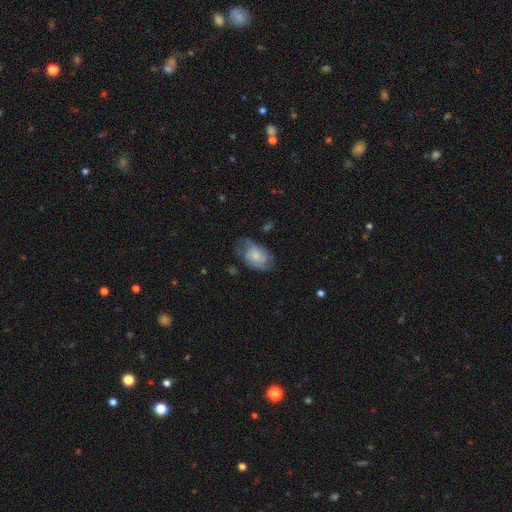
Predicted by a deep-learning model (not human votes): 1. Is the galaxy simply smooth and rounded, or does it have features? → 48% featured or disk, 45% smooth, 7% star or artifact.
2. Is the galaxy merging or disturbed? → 49% none, 30% minor disturbance, 19% major disturbance, 2% merger.